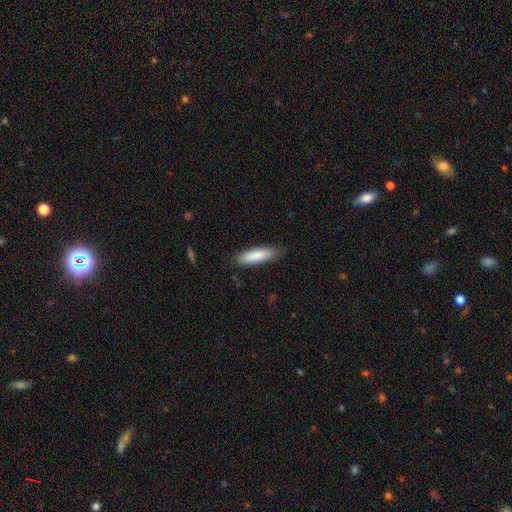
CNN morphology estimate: type=smooth (84%); roundness=cigar-shaped (62%); merging=none (85%).